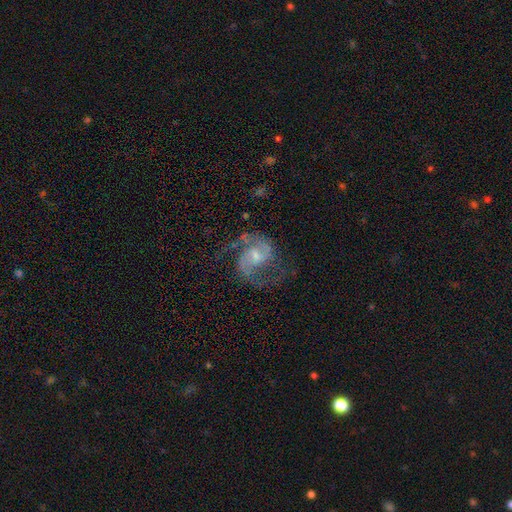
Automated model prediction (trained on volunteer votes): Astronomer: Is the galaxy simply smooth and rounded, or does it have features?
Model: featured or disk — 89%.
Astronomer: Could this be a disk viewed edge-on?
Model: no — 98%.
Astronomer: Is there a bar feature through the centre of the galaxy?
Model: weak — 51% (runner-up: no, 37%).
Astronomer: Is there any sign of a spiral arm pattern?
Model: yes — 97%.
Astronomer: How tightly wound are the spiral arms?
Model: medium — 58%.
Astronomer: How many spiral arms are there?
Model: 2 — 91%.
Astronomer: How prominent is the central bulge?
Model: small — 52% (runner-up: moderate, 35%).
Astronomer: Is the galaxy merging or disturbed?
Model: none — 67%.